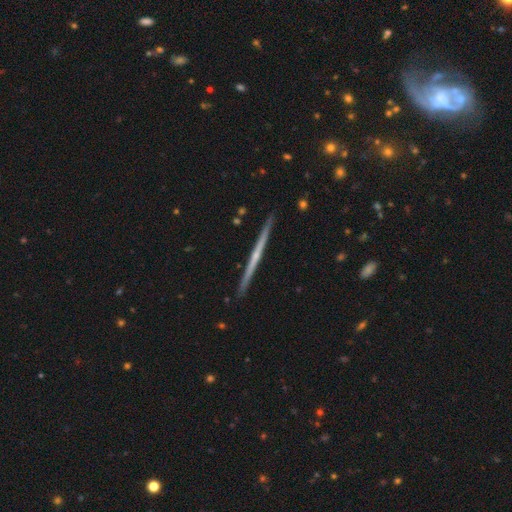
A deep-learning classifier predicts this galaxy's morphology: smooth_or_featured: featured or disk (p=0.74) [alt: smooth p=0.20]
disk_edge_on: yes (p=0.98) [alt: no p=0.02]
edge_on_bulge: none (p=0.59) [alt: rounded p=0.36]
merging: none (p=0.93) [alt: minor disturbance p=0.05]